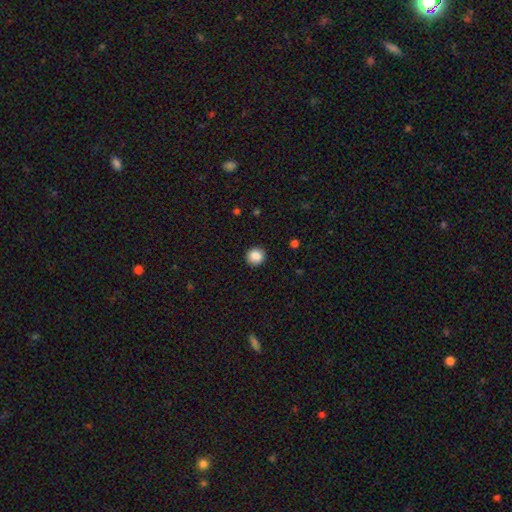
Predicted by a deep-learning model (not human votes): smooth-or-featured: smooth: 87% | star or artifact: 9% | featured or disk: 4%
  how-rounded: round: 91% | in between: 8% | cigar-shaped: 1%
  merging: none: 91% | minor disturbance: 6% | major disturbance: 2% | merger: 1%